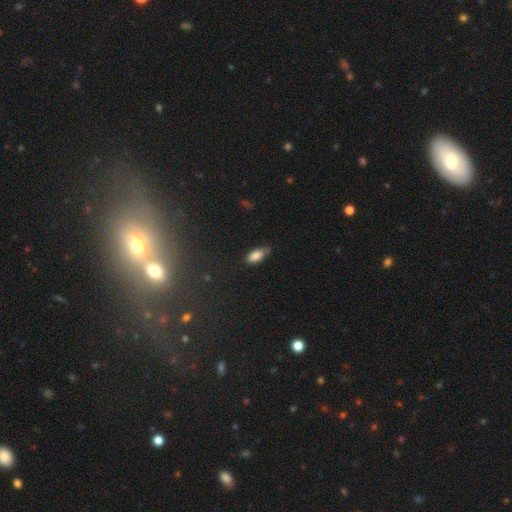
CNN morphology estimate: Smooth or featured?
  - smooth: 84% *
  - featured or disk: 8%
  - star or artifact: 8%
How rounded?
  - in between: 88% *
  - cigar-shaped: 9%
  - round: 3%
Merging?
  - none: 56% *
  - minor disturbance: 33%
  - major disturbance: 7%
  - merger: 4%